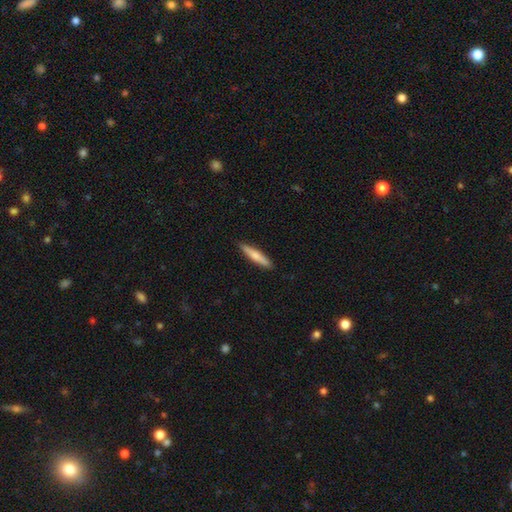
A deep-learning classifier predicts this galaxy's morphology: Smooth or featured: smooth — 65% (featured or disk — 30%)
How rounded: cigar-shaped — 91% (in between — 8%)
Merging: none — 90% (minor disturbance — 7%)